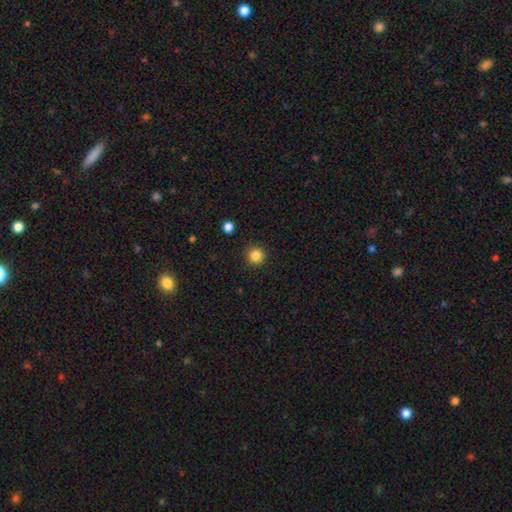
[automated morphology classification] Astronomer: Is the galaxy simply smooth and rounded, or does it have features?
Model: smooth — 84%.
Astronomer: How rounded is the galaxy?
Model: round — 96%.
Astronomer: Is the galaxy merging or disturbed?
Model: none — 92%.